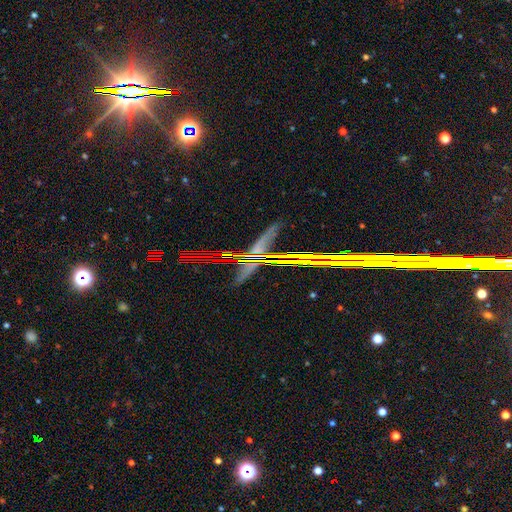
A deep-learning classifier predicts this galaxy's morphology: A star or artifact, not a galaxy (61%).